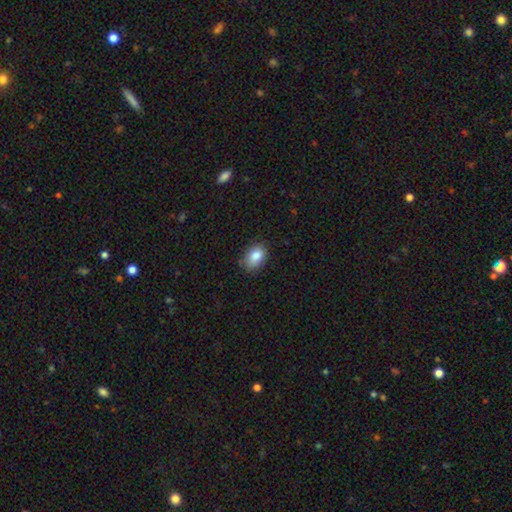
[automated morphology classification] type=smooth (86%); roundness=in between (85%); merging=none (78%).